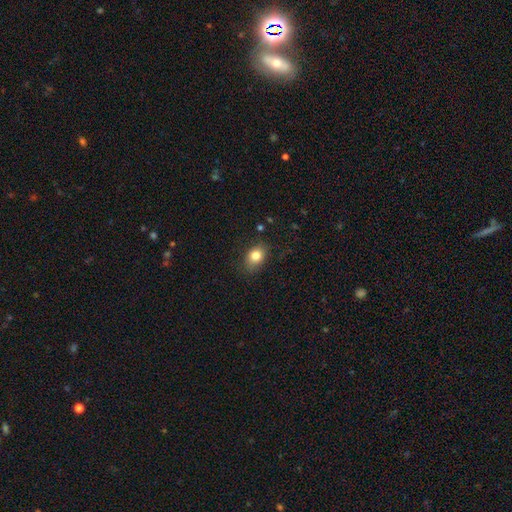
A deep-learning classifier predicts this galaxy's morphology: Smooth or featured?
  - smooth: 81% *
  - star or artifact: 10%
  - featured or disk: 9%
How rounded?
  - in between: 68% *
  - round: 31%
  - cigar-shaped: 1%
Merging?
  - none: 80% *
  - minor disturbance: 15%
  - major disturbance: 4%
  - merger: 1%